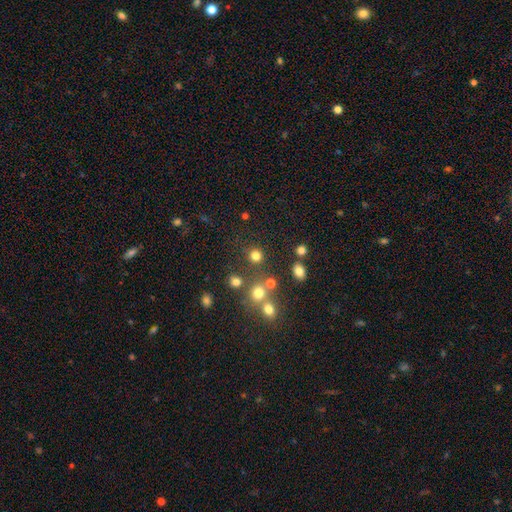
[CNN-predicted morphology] This appears to be a smooth galaxy with no disk features (76%) that is round (90%). Merging: none (79%).